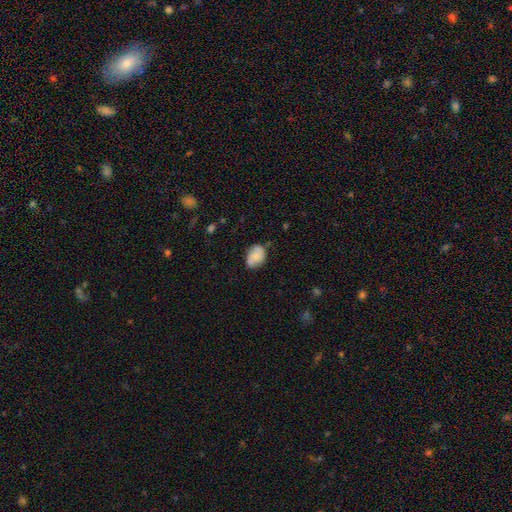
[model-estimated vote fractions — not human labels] Smooth or featured?
  - smooth: 64% *
  - featured or disk: 28%
  - star or artifact: 9%
How rounded?
  - in between: 67% *
  - round: 32%
  - cigar-shaped: 1%
Merging?
  - none: 63% *
  - minor disturbance: 25%
  - major disturbance: 7%
  - merger: 4%